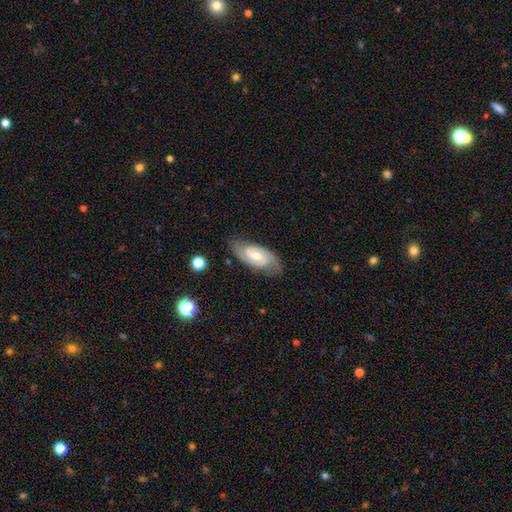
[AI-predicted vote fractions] The model was most divided on "spiral winding": medium: 46%, tight: 42%, loose: 13%. More confident: spiral arms — yes (94%); edge-on disk — no (94%); spiral arm count — 2 (86%); smooth or featured — featured or disk (77%); merging — none (77%); bulge size — moderate (53%); bar — weak (53%).